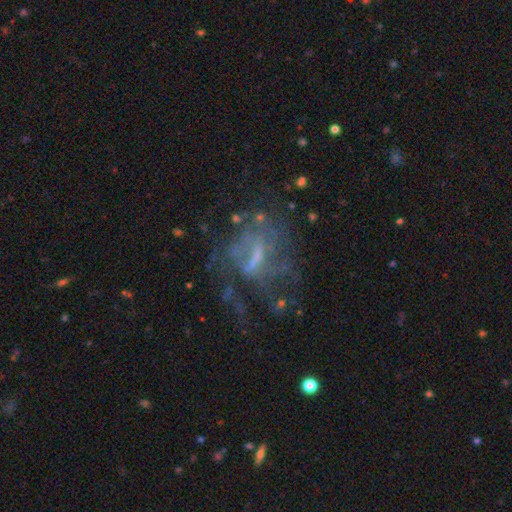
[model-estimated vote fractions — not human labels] featured or disk 65%, smooth 18%, star or artifact 17%. Down the decision tree: edge-on disk — no (93%); bar — weak (40%); spiral arms — no (62%); bulge size — none (39%); merging — none (40%).